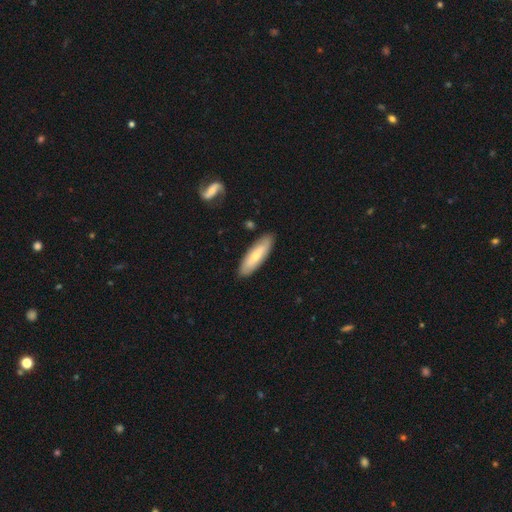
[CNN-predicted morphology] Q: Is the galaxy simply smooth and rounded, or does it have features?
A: smooth — 67%.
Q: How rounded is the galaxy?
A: cigar-shaped — 54%.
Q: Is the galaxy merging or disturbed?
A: none — 86%.